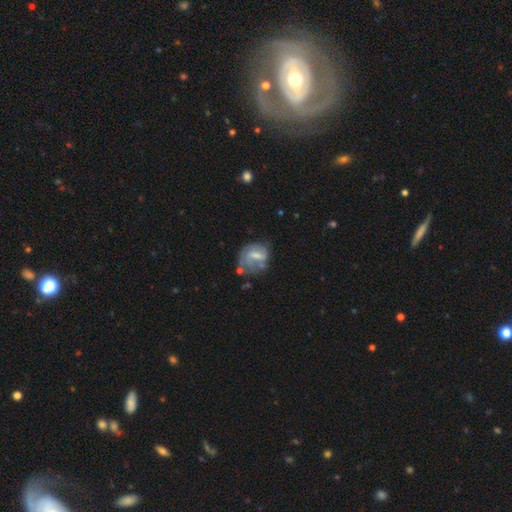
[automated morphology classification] A featured or disk galaxy (49%).

Vote fractions:
- Smooth or featured? featured or disk: 49% / smooth: 43% / star or artifact: 8%
- Merging? none: 40% / minor disturbance: 29% / major disturbance: 23% / merger: 9%